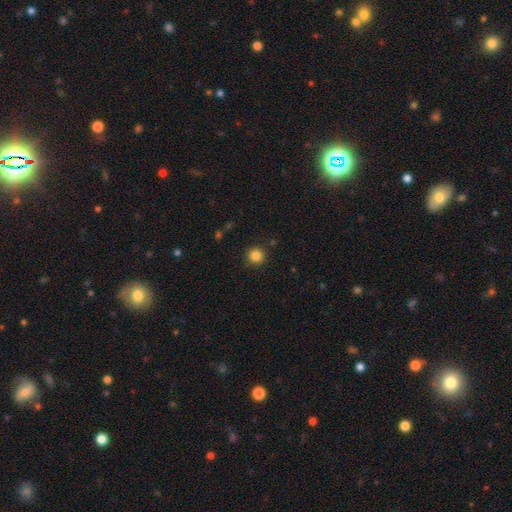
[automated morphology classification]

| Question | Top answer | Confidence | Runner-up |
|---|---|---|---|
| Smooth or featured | smooth | 84% | star or artifact (11%) |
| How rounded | round | 94% | in between (5%) |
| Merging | none | 90% | minor disturbance (6%) |